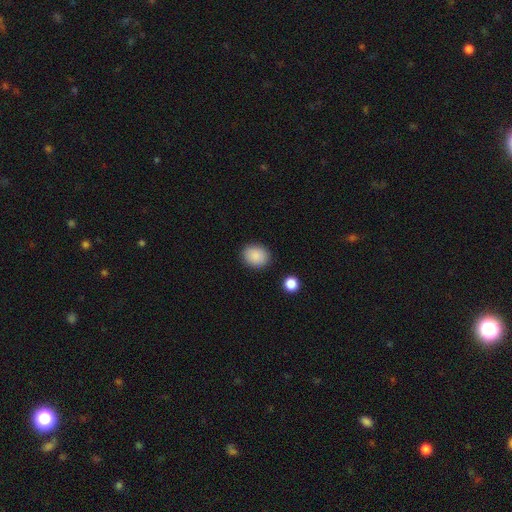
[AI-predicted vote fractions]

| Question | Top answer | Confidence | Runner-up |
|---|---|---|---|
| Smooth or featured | smooth | 89% | star or artifact (8%) |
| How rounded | round | 59% | in between (40%) |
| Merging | none | 89% | minor disturbance (8%) |